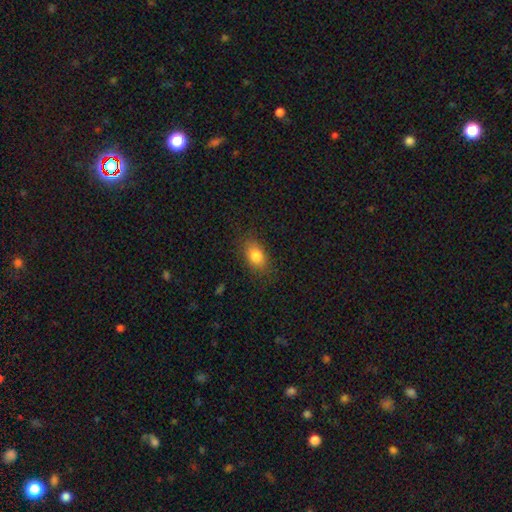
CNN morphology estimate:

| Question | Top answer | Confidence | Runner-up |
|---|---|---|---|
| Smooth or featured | smooth | 83% | star or artifact (9%) |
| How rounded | in between | 81% | round (16%) |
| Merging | none | 81% | minor disturbance (13%) |